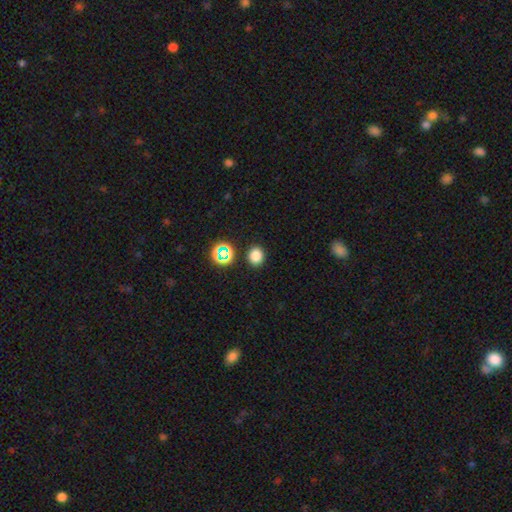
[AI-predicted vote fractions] Q: Smooth or featured?
A: smooth (79%); runner-up: star or artifact (17%)
Q: How rounded?
A: round (74%); runner-up: in between (25%)
Q: Merging?
A: none (88%); runner-up: minor disturbance (7%)